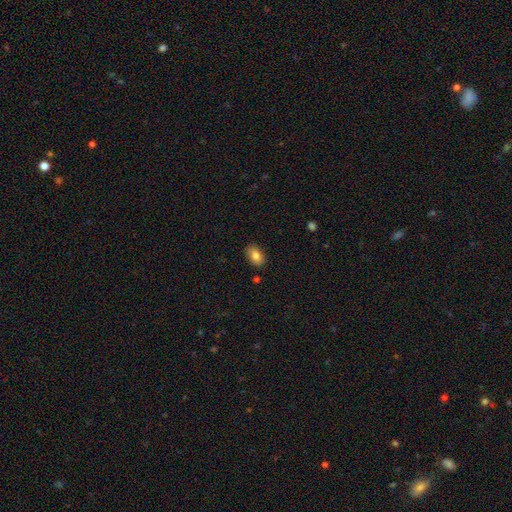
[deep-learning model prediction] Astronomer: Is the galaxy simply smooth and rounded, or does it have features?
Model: smooth — 82%.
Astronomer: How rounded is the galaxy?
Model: in between — 89%.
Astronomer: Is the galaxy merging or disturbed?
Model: none — 86%.